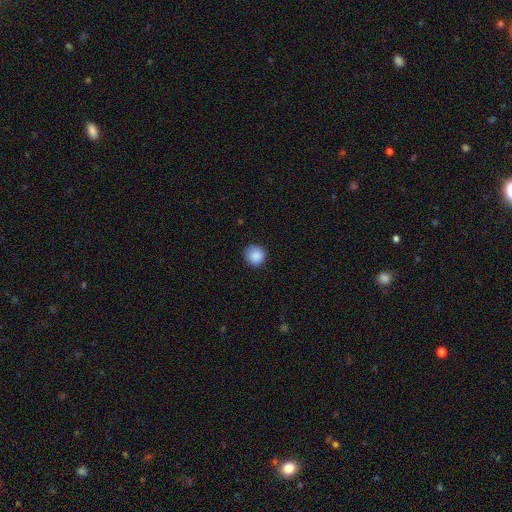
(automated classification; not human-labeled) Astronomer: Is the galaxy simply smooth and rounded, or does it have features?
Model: smooth — 88%.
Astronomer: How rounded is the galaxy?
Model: round — 95%.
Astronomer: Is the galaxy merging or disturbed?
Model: none — 89%.